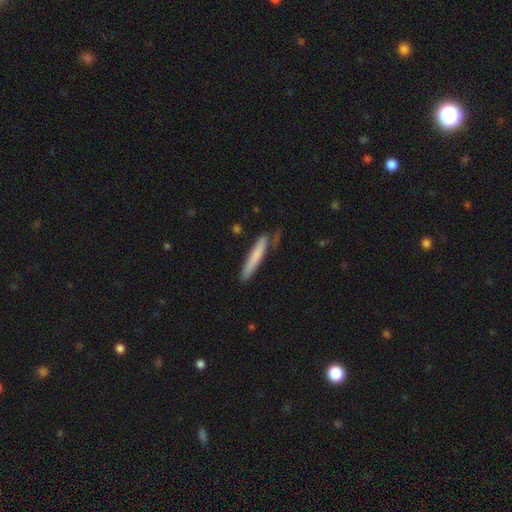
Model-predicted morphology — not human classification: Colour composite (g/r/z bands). It shows a smooth galaxy with no disk features (72%) that is cigar-shaped (94%). Merging: none (72%).